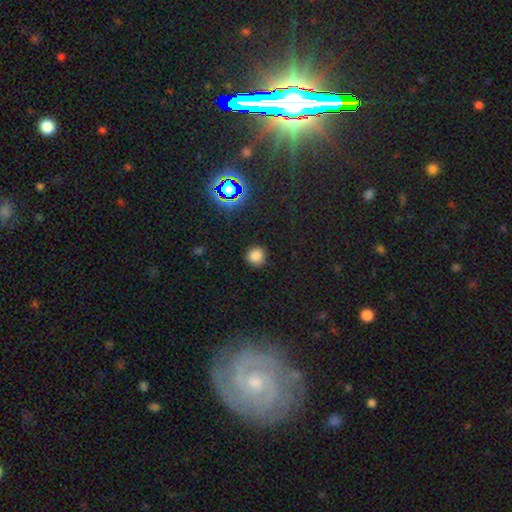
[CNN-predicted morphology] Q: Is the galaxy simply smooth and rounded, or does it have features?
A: smooth — 80%.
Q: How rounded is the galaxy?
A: round — 91%.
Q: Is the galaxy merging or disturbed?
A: none — 88%.